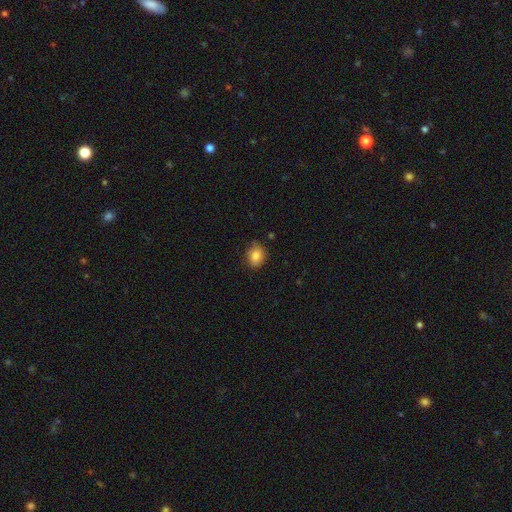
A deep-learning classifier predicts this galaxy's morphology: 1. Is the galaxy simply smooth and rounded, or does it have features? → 85% smooth, 9% star or artifact, 6% featured or disk.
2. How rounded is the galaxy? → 61% round, 39% in between, 1% cigar-shaped.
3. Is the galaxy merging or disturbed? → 81% none, 15% minor disturbance, 3% major disturbance, 1% merger.